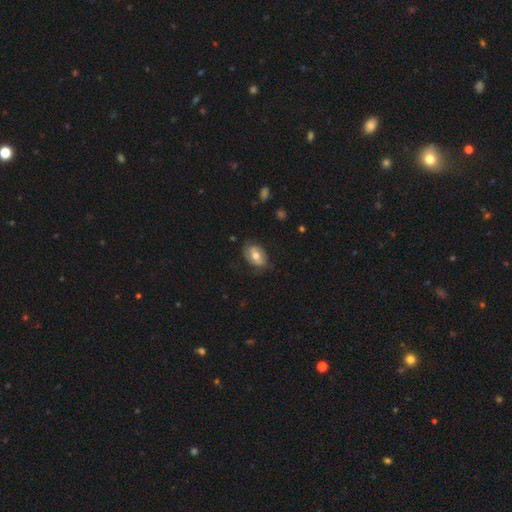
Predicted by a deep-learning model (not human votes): smooth_or_featured: smooth (p=0.57) [alt: featured or disk p=0.36]
how_rounded: in between (p=0.86) [alt: round p=0.13]
merging: none (p=0.68) [alt: minor disturbance p=0.24]